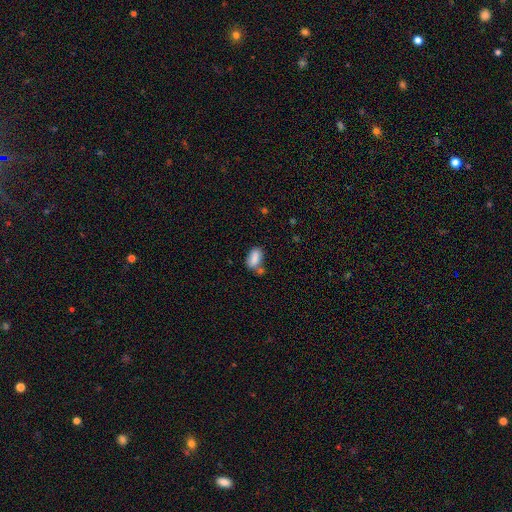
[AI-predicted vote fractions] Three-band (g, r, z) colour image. It shows a smooth galaxy with no disk features (82%) that is in between round and cigar-shaped (89%). Merging: none (49%).